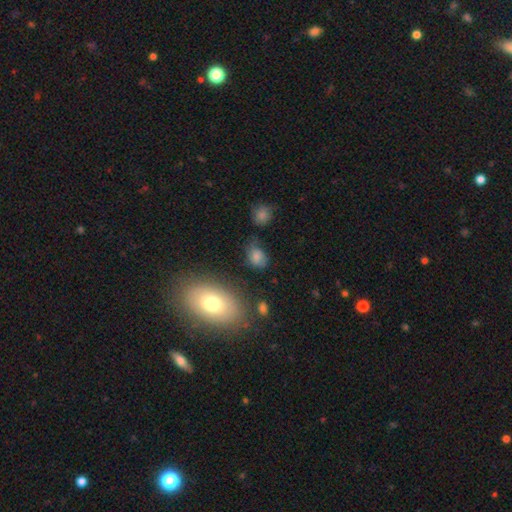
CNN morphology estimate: smooth 72%, star or artifact 15%, featured or disk 13%. Down the decision tree: how rounded — in between (70%); merging — none (61%).